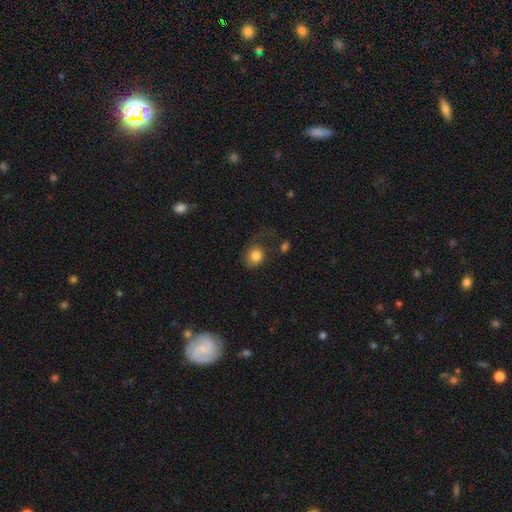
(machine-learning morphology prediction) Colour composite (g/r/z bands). It shows a smooth galaxy with no disk features (83%) that is round (65%). Merging: none (49%).